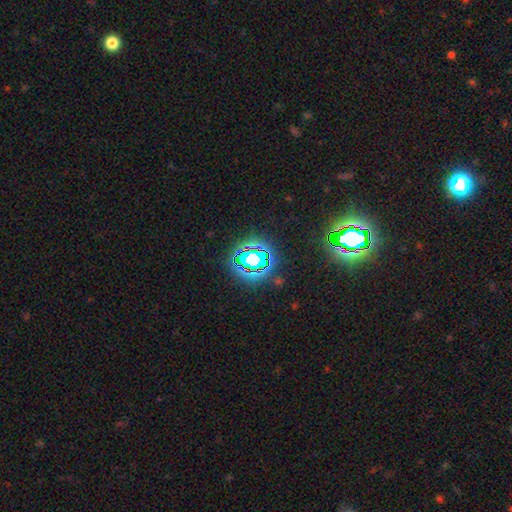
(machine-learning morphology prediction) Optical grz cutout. It shows a star or artifact, not a galaxy (81%).